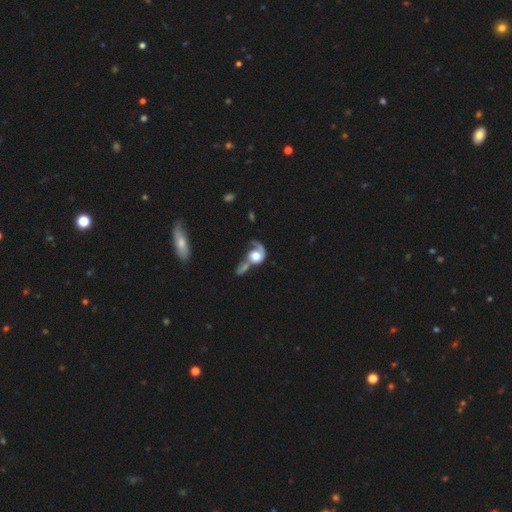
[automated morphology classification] Smooth or featured: featured or disk — 59% (smooth — 34%)
Edge-on disk: no — 96% (yes — 4%)
Bar: no — 80% (weak — 16%)
Spiral arms: yes — 73% (no — 27%)
Bulge size: large — 51% (moderate — 31%)
Merging: merger — 46% (major disturbance — 29%)